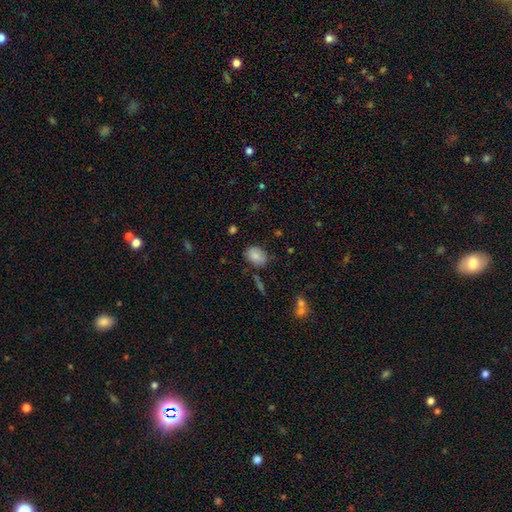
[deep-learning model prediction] The model was most divided on "how rounded": in between: 73%, round: 26%, cigar-shaped: 1%. More confident: smooth or featured — smooth (83%); merging — none (73%).